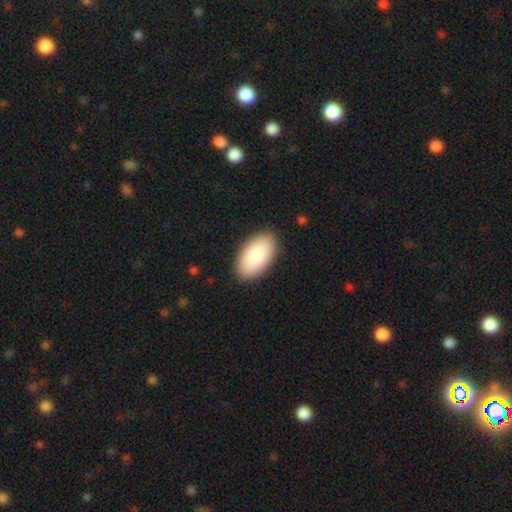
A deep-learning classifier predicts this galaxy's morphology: type=smooth (84%); roundness=in between (95%); merging=none (88%).